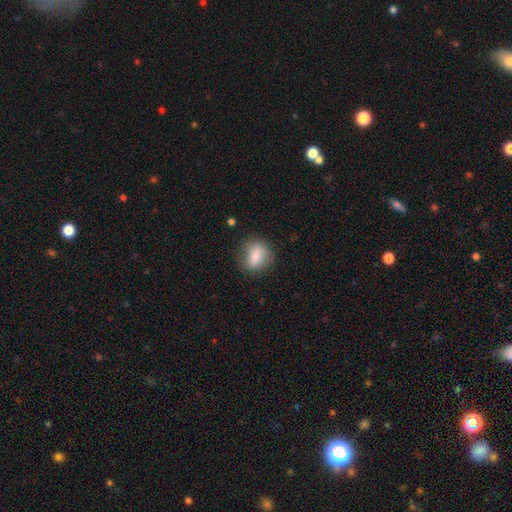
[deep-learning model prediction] A smooth galaxy with no disk features (76%) that is round (63%).

Vote fractions:
- Smooth or featured? smooth: 76% / featured or disk: 17% / star or artifact: 8%
- How rounded? round: 63% / in between: 35% / cigar-shaped: 2%
- Merging? none: 79% / minor disturbance: 15% / major disturbance: 5% / merger: 1%